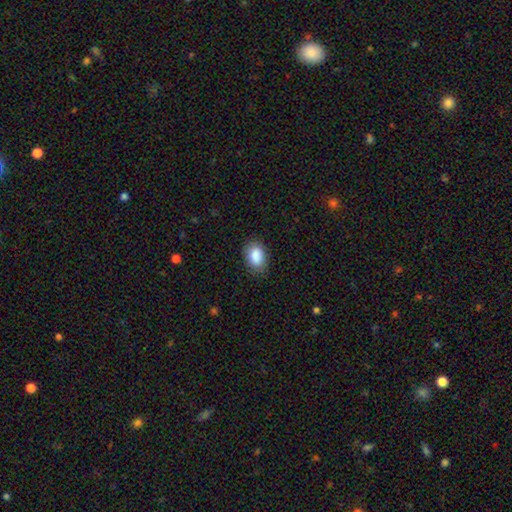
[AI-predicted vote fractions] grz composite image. It shows a smooth galaxy with no disk features (89%) that is in between round and cigar-shaped (87%). Merging: none (84%).